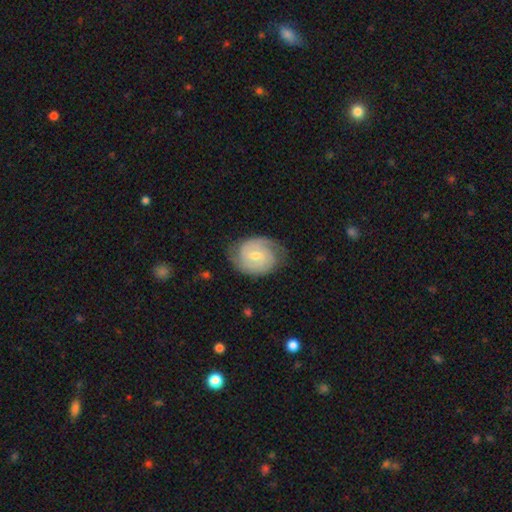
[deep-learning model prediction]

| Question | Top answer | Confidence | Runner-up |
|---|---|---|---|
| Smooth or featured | featured or disk | 80% | smooth (14%) |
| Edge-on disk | no | 97% | yes (3%) |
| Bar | weak | 51% | no (37%) |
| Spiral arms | yes | 95% | no (5%) |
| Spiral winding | tight | 60% | medium (32%) |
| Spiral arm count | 2 | 77% | can't tell (12%) |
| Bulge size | moderate | 52% | small (44%) |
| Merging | none | 77% | minor disturbance (17%) |